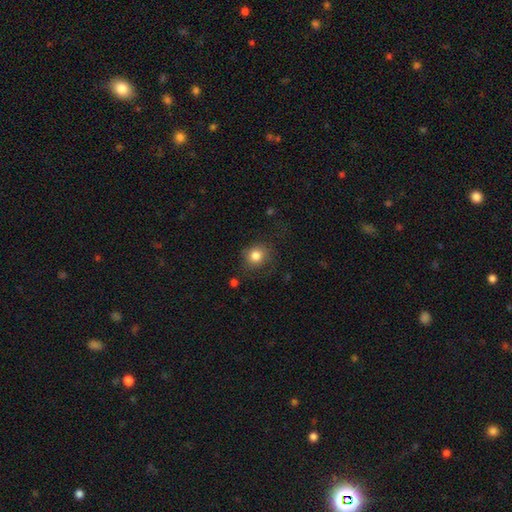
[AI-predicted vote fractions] Smooth or featured?
  - smooth: 82% *
  - star or artifact: 11%
  - featured or disk: 7%
How rounded?
  - round: 81% *
  - in between: 18%
  - cigar-shaped: 1%
Merging?
  - none: 75% *
  - minor disturbance: 17%
  - major disturbance: 7%
  - merger: 2%